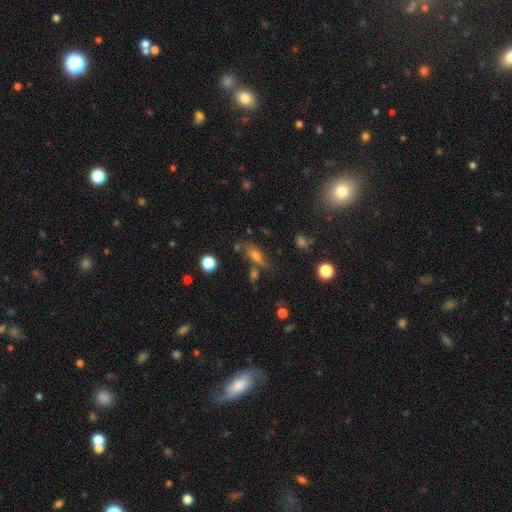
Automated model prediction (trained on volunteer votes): Q: Smooth or featured?
A: smooth (51%); runner-up: featured or disk (33%)
Q: How rounded?
A: in between (56%); runner-up: cigar-shaped (36%)
Q: Merging?
A: none (59%); runner-up: minor disturbance (19%)